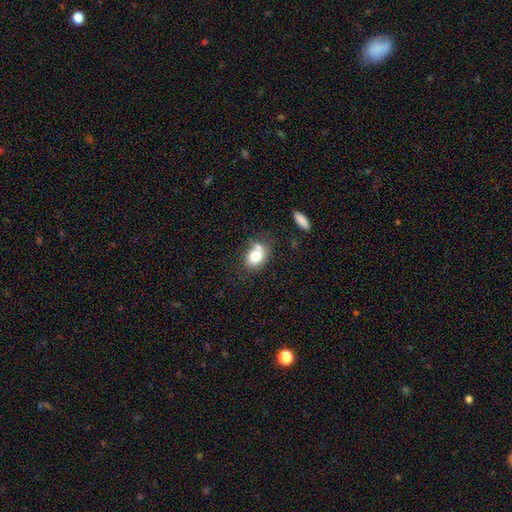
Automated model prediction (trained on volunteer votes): Q: Smooth or featured?
A: smooth (77%); runner-up: featured or disk (14%)
Q: How rounded?
A: in between (69%); runner-up: round (29%)
Q: Merging?
A: none (40%); runner-up: merger (32%)